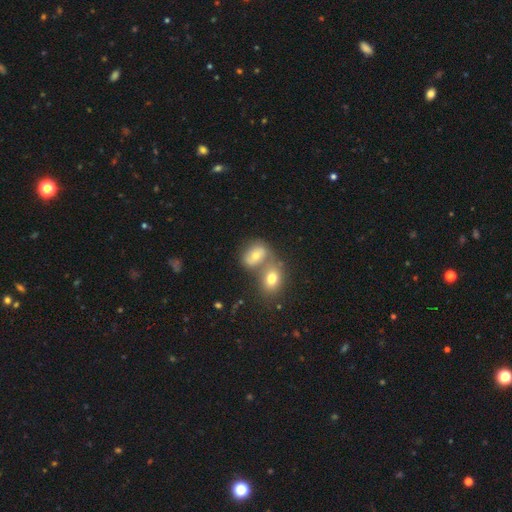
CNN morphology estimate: Smooth or featured: smooth — 63% (featured or disk — 25%)
How rounded: in between — 70% (round — 28%)
Merging: merger — 46% (none — 38%)